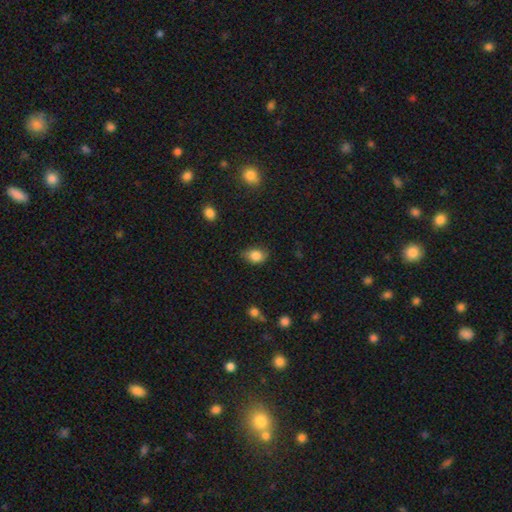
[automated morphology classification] The model was most divided on "how rounded": in between: 70%, round: 29%, cigar-shaped: 1%. More confident: smooth or featured — smooth (83%); merging — none (73%).